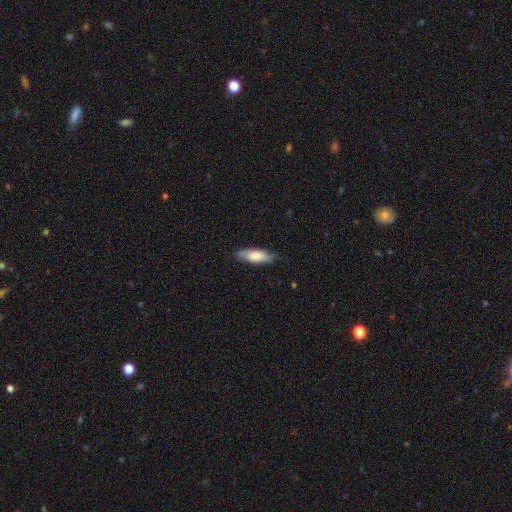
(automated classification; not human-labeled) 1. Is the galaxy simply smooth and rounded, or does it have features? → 75% smooth, 20% featured or disk, 5% star or artifact.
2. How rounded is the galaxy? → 59% in between, 40% cigar-shaped, 2% round.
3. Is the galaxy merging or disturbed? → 82% none, 14% minor disturbance, 2% major disturbance, 1% merger.